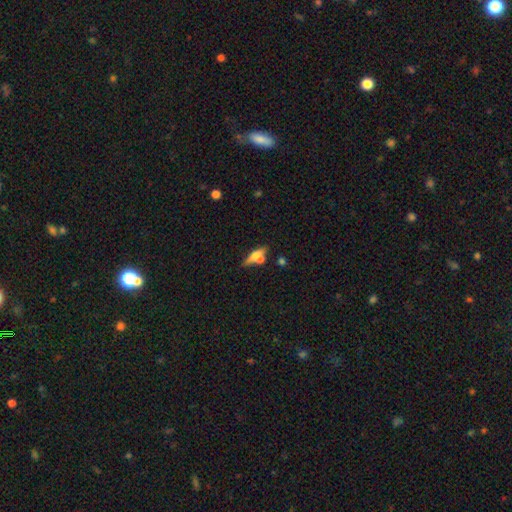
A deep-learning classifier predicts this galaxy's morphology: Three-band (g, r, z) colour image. It shows a smooth galaxy with no disk features (51%) that is cigar-shaped (58%). Merging: none (48%).